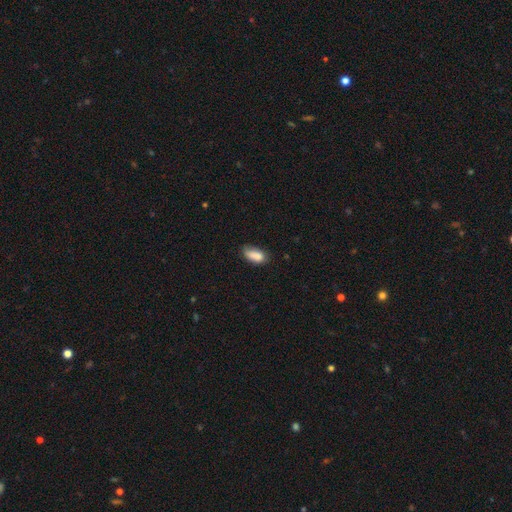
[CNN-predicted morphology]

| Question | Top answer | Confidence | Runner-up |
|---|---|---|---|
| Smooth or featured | smooth | 85% | star or artifact (8%) |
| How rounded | in between | 89% | cigar-shaped (7%) |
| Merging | none | 61% | minor disturbance (30%) |